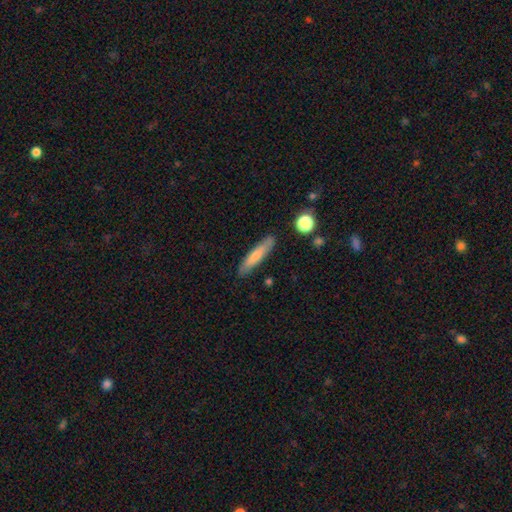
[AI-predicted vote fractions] smooth-or-featured: smooth: 73% | featured or disk: 21% | star or artifact: 6%
  how-rounded: cigar-shaped: 87% | in between: 12% | round: 1%
  merging: none: 84% | minor disturbance: 11% | merger: 2% | major disturbance: 2%